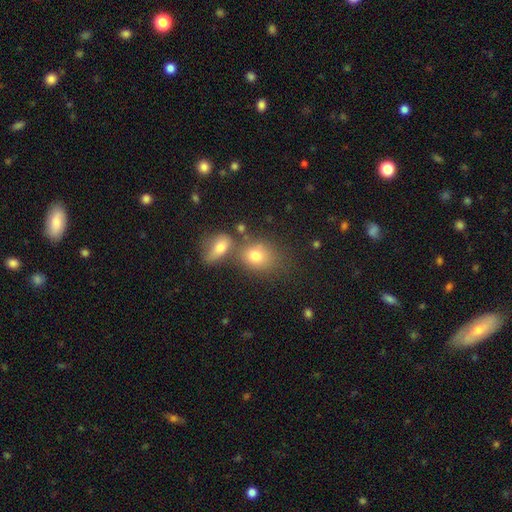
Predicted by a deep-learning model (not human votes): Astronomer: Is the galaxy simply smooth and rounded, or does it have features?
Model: smooth — 75%.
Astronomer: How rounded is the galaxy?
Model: in between — 50% (runner-up: round, 48%).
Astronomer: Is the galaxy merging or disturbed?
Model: none — 46% (runner-up: merger, 35%).